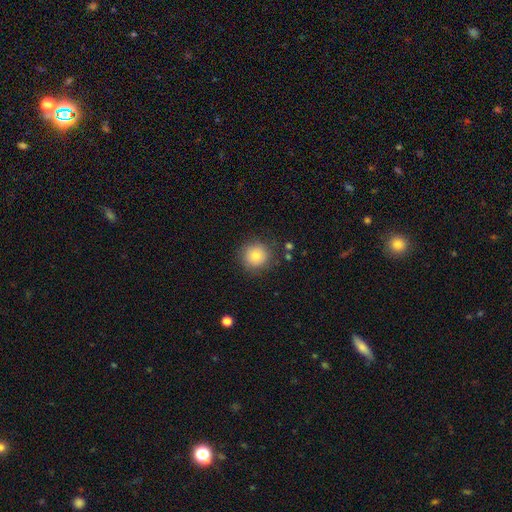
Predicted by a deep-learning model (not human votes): smooth 82%, star or artifact 10%, featured or disk 8%. Down the decision tree: how rounded — round (93%); merging — none (84%).